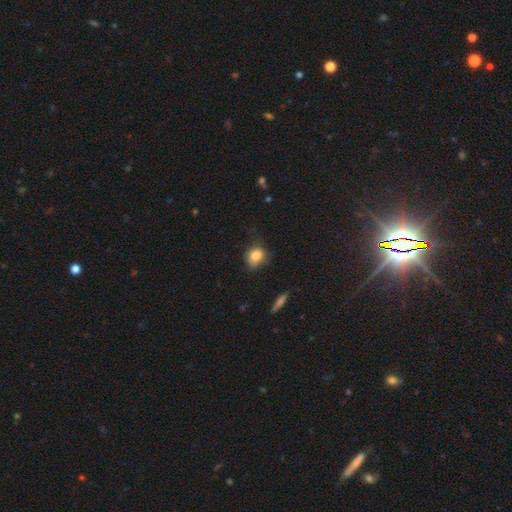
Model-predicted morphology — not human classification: smooth_or_featured: smooth (p=0.82) [alt: star or artifact p=0.10]
how_rounded: round (p=0.63) [alt: in between p=0.36]
merging: none (p=0.67) [alt: minor disturbance p=0.25]